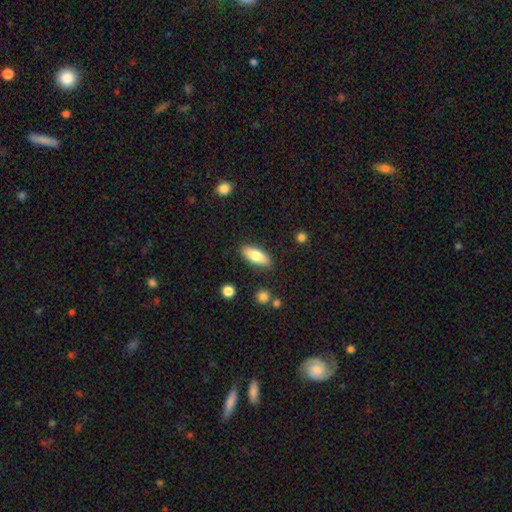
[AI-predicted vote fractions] smooth 77%, featured or disk 17%, star or artifact 6%. Down the decision tree: how rounded — in between (73%); merging — none (86%).